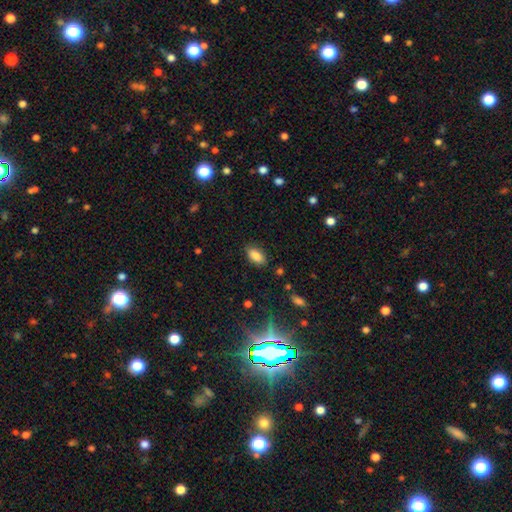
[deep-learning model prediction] This appears to be a smooth galaxy with no disk features (86%) that is in between round and cigar-shaped (92%). Merging: none (85%).